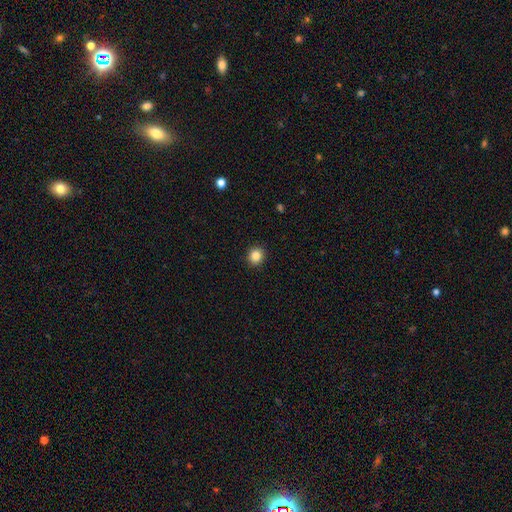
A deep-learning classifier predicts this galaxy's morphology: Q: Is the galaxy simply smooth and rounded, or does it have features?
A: smooth — 85%.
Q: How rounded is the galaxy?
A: round — 85%.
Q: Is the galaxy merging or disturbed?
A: none — 92%.